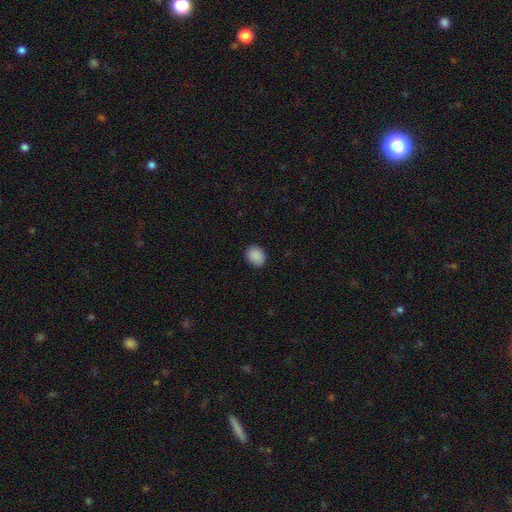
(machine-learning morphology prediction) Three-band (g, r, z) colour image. It shows a smooth galaxy with no disk features (89%) that is round (66%). Merging: none (89%).